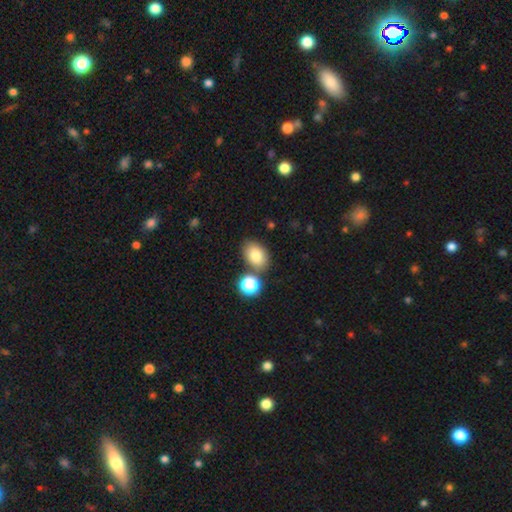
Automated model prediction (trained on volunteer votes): A smooth galaxy with no disk features (81%) that is in between round and cigar-shaped (81%).

Vote fractions:
- Smooth or featured? smooth: 81% / star or artifact: 10% / featured or disk: 9%
- How rounded? in between: 81% / round: 18% / cigar-shaped: 1%
- Merging? none: 73% / minor disturbance: 12% / merger: 12% / major disturbance: 3%